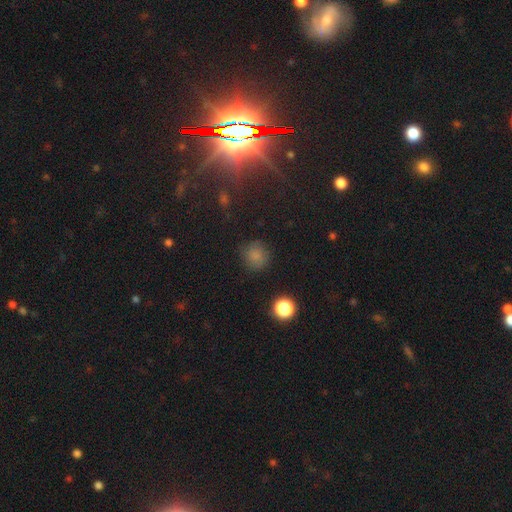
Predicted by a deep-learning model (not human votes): Smooth or featured? Predicted: smooth (p=0.77). How rounded? Predicted: round (p=0.88). Merging? Predicted: none (p=0.79).